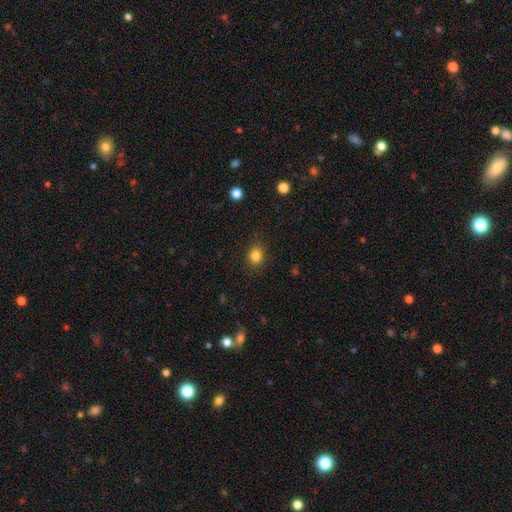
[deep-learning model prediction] A smooth galaxy with no disk features (84%) that is round (67%).

Vote fractions:
- Smooth or featured? smooth: 84% / star or artifact: 11% / featured or disk: 5%
- How rounded? round: 67% / in between: 32% / cigar-shaped: 1%
- Merging? none: 87% / minor disturbance: 9% / major disturbance: 3% / merger: 1%